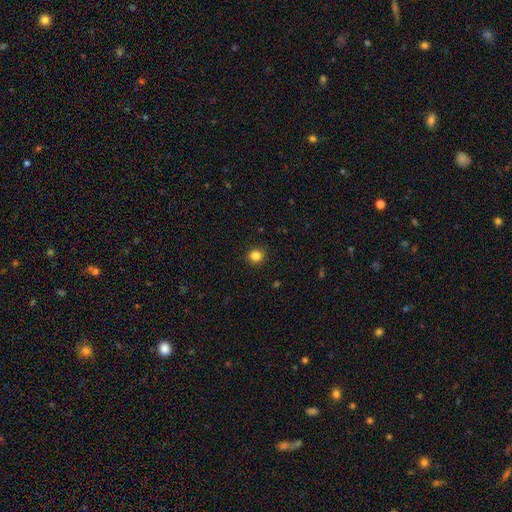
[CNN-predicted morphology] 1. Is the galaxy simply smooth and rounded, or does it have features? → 84% smooth, 12% star or artifact, 4% featured or disk.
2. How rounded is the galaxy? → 88% round, 11% in between, 1% cigar-shaped.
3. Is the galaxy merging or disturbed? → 90% none, 7% minor disturbance, 2% major disturbance, 1% merger.